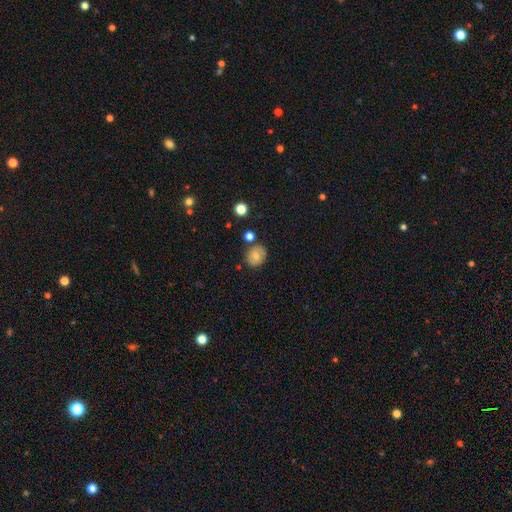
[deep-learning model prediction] Smooth or featured?
  - smooth: 69% *
  - featured or disk: 21%
  - star or artifact: 10%
How rounded?
  - round: 70% *
  - in between: 29%
  - cigar-shaped: 1%
Merging?
  - none: 78% *
  - minor disturbance: 13%
  - merger: 5%
  - major disturbance: 3%